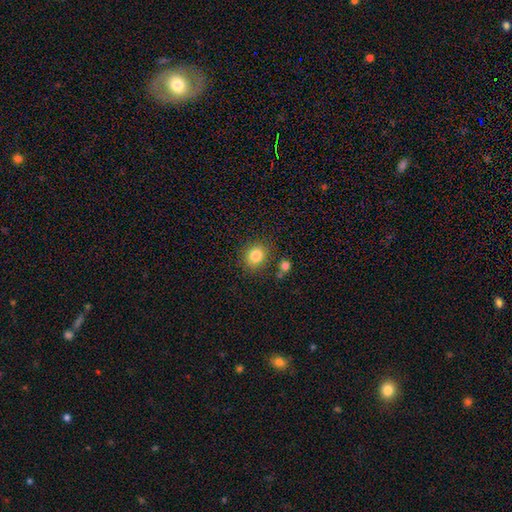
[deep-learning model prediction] Overall: smooth (83%). How rounded: round (68%; in between 31%). Merging: none (79%).